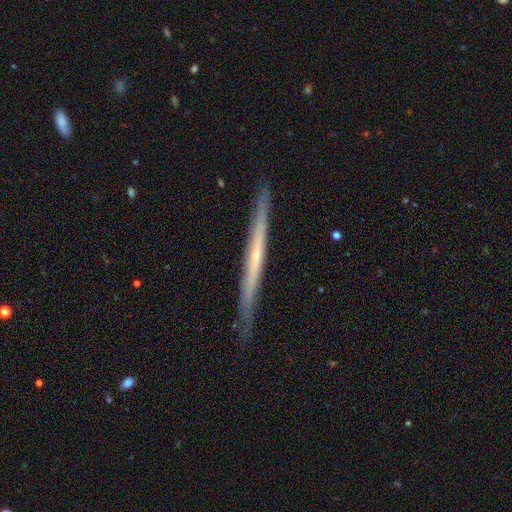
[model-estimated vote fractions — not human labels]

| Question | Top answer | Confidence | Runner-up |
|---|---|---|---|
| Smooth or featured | featured or disk | 70% | smooth (25%) |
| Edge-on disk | yes | 96% | no (4%) |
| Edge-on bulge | none | 63% | rounded (33%) |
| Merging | none | 87% | minor disturbance (10%) |